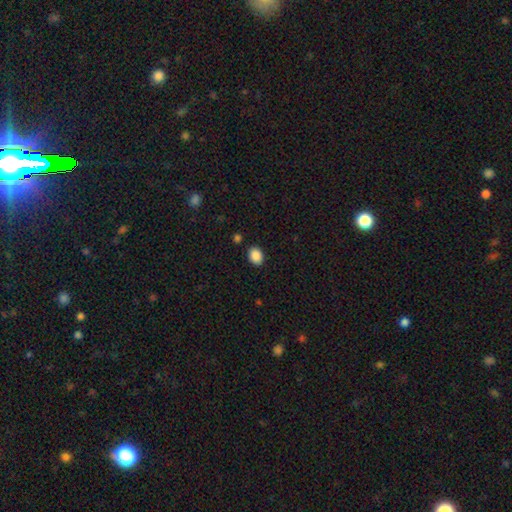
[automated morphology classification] The model was most divided on "how rounded": in between: 65%, round: 34%, cigar-shaped: 1%. More confident: smooth or featured — smooth (89%); merging — none (86%).